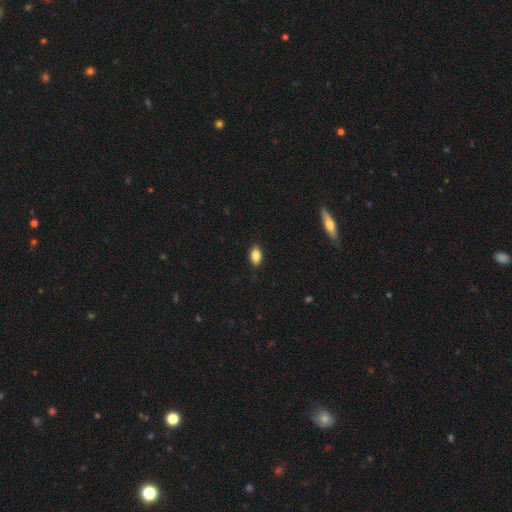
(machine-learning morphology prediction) The model was most divided on "smooth or featured": smooth: 85%, star or artifact: 8%, featured or disk: 7%. More confident: how rounded — in between (90%); merging — none (88%).